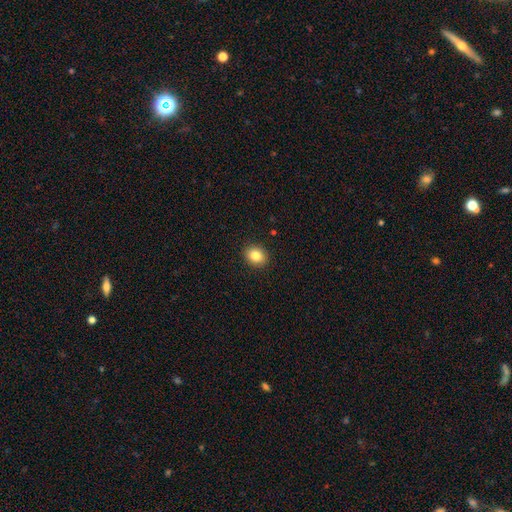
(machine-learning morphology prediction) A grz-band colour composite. It shows a smooth galaxy with no disk features (83%) that is round (50%). Merging: none (91%).